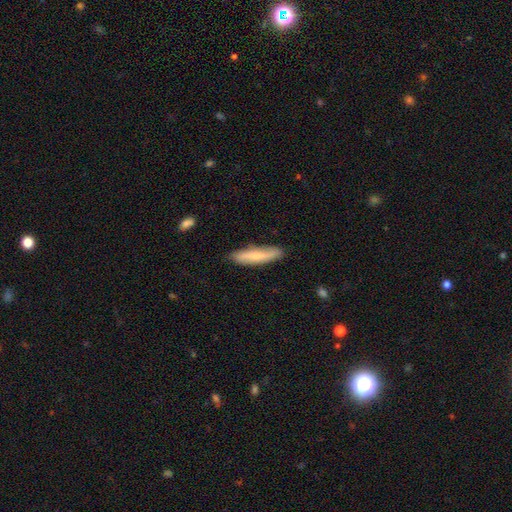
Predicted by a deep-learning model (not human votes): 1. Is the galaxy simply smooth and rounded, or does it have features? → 65% smooth, 30% featured or disk, 6% star or artifact.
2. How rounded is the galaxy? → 83% cigar-shaped, 15% in between, 2% round.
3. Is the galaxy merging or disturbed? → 82% none, 14% minor disturbance, 2% major disturbance, 1% merger.